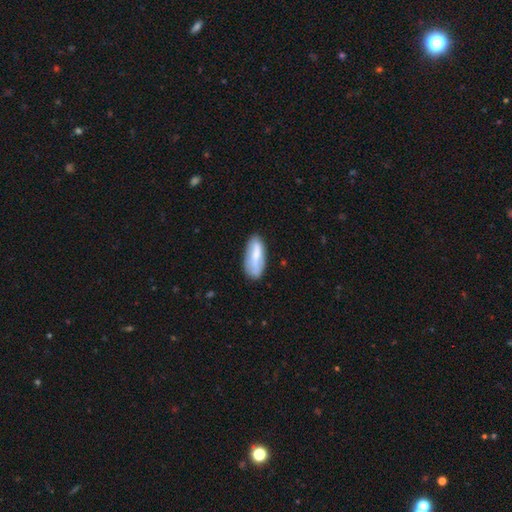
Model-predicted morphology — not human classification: Smooth or featured? Predicted: smooth (p=0.62). How rounded? Predicted: in between (p=0.71). Merging? Predicted: none (p=0.72).